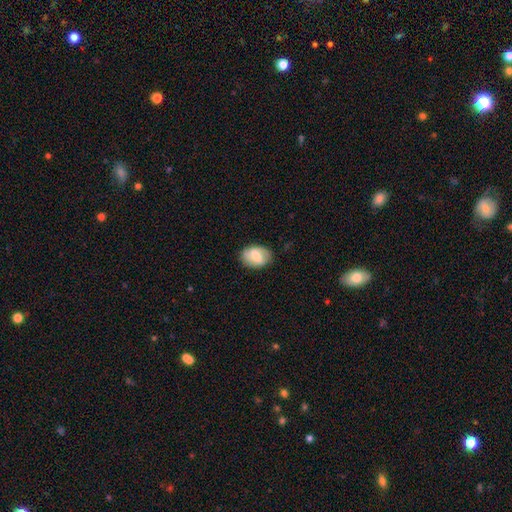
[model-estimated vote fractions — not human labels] smooth-or-featured: smooth: 62% | featured or disk: 31% | star or artifact: 7%
  how-rounded: in between: 74% | round: 24% | cigar-shaped: 1%
  merging: none: 80% | minor disturbance: 15% | major disturbance: 4% | merger: 1%